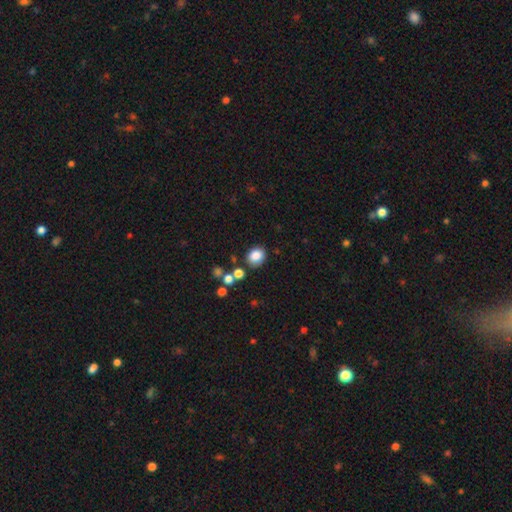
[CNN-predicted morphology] smooth-or-featured: smooth: 84% | star or artifact: 11% | featured or disk: 6%
  how-rounded: round: 57% | in between: 42% | cigar-shaped: 1%
  merging: none: 78% | minor disturbance: 11% | merger: 7% | major disturbance: 4%